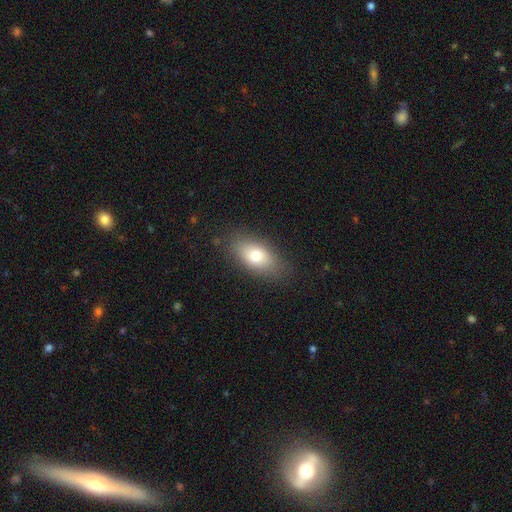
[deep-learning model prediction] Smooth or featured?
  - smooth: 75% *
  - featured or disk: 16%
  - star or artifact: 8%
How rounded?
  - in between: 86% *
  - round: 7%
  - cigar-shaped: 6%
Merging?
  - none: 83% *
  - minor disturbance: 12%
  - major disturbance: 4%
  - merger: 1%